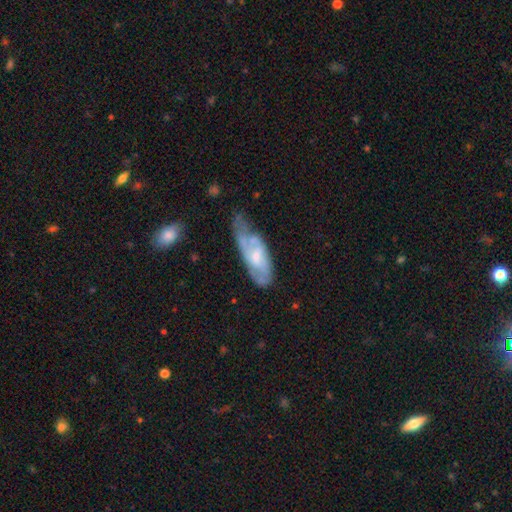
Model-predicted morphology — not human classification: Smooth or featured? Predicted: featured or disk (p=0.60). Edge-on disk? Predicted: no (p=0.86). Bar? Predicted: no (p=0.56). Spiral arms? Predicted: yes (p=0.65). Bulge size? Predicted: small (p=0.46). Merging? Predicted: minor disturbance (p=0.36).